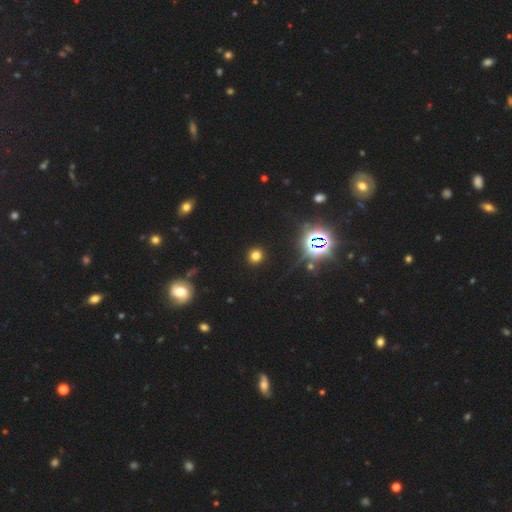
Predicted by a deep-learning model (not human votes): This is likely a smooth galaxy (70%). How rounded: clearly round (85%). Merging: clearly none (91%).